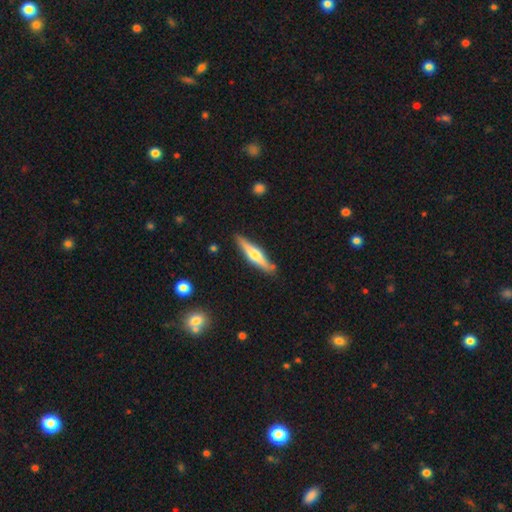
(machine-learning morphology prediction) A featured or disk galaxy (61%) viewed edge-on (96%) with a rounded central bulge (87%).

Vote fractions:
- Smooth or featured? featured or disk: 61% / smooth: 34% / star or artifact: 6%
- Edge-on disk? yes: 96% / no: 4%
- Edge-on bulge? rounded: 87% / boxy: 8% / none: 5%
- Merging? none: 86% / minor disturbance: 10% / merger: 2% / major disturbance: 2%